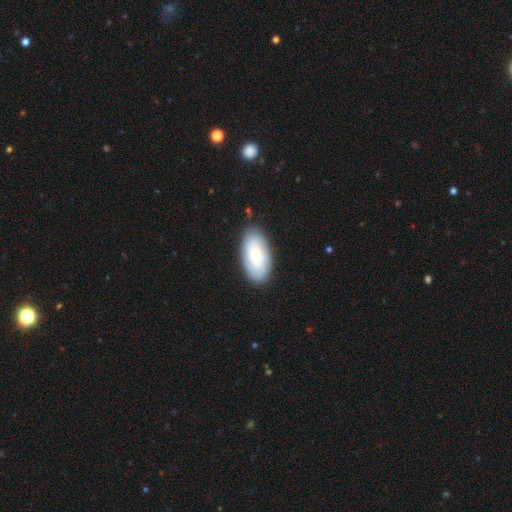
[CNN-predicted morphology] Q: Smooth or featured?
A: smooth (52%); runner-up: featured or disk (42%)
Q: How rounded?
A: in between (93%); runner-up: round (4%)
Q: Merging?
A: none (84%); runner-up: minor disturbance (12%)